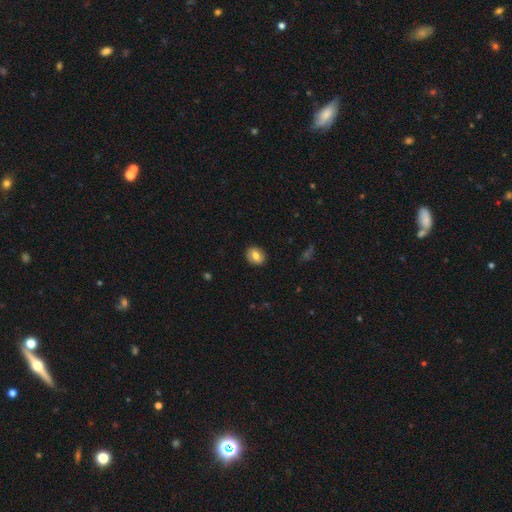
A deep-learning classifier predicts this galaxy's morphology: Overall: smooth (77%). How rounded: round (52%; in between 47%). Merging: none (89%).